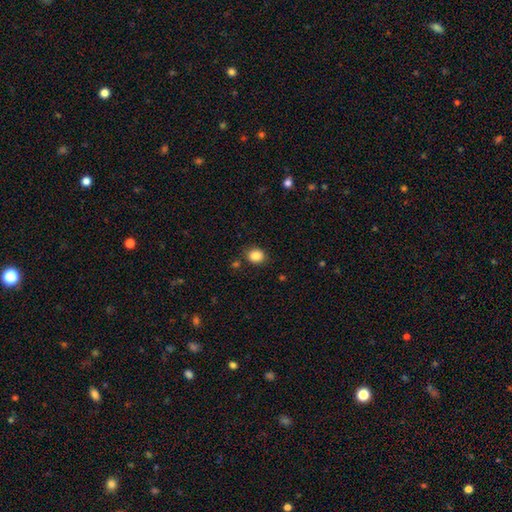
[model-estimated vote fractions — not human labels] Overall: smooth (85%). How rounded: round (65%; in between 35%). Merging: none (84%).